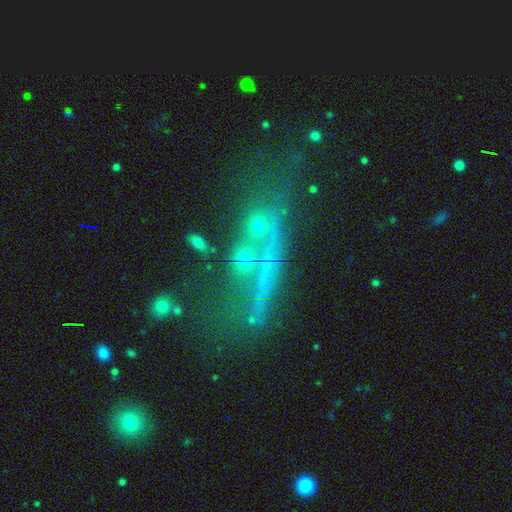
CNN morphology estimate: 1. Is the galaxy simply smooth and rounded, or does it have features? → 44% featured or disk, 29% star or artifact, 27% smooth.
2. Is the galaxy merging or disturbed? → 44% none, 22% major disturbance, 19% merger, 16% minor disturbance.